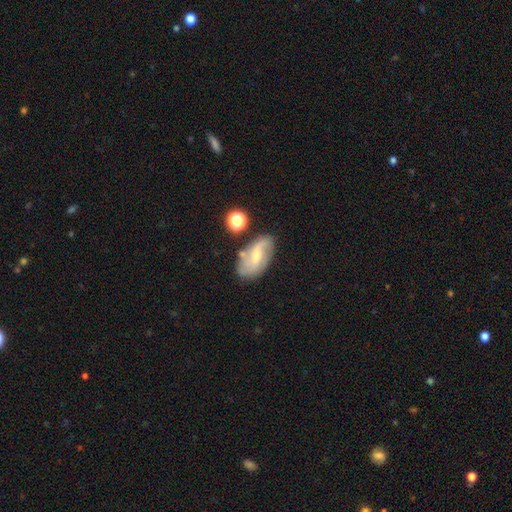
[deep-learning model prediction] featured or disk 66%, smooth 26%, star or artifact 8%. Down the decision tree: edge-on disk — no (94%); bar — weak (51%); spiral arms — yes (87%); spiral arm count — 2 (71%); spiral winding — loose (50%); bulge size — small (54%); merging — none (66%).